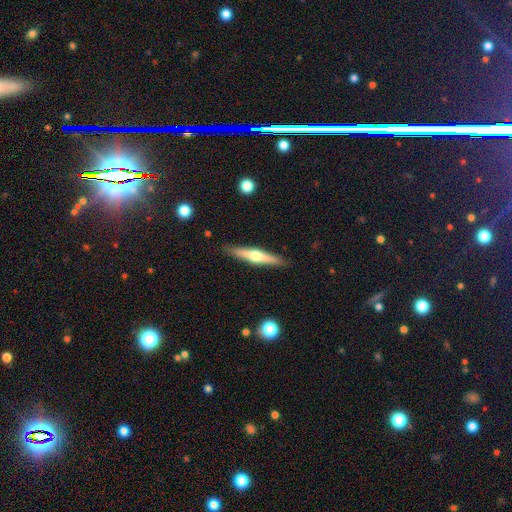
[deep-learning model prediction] Q: Smooth or featured?
A: featured or disk (58%); runner-up: smooth (36%)
Q: Edge-on disk?
A: yes (95%); runner-up: no (5%)
Q: Edge-on bulge?
A: rounded (92%); runner-up: none (5%)
Q: Merging?
A: none (89%); runner-up: minor disturbance (8%)